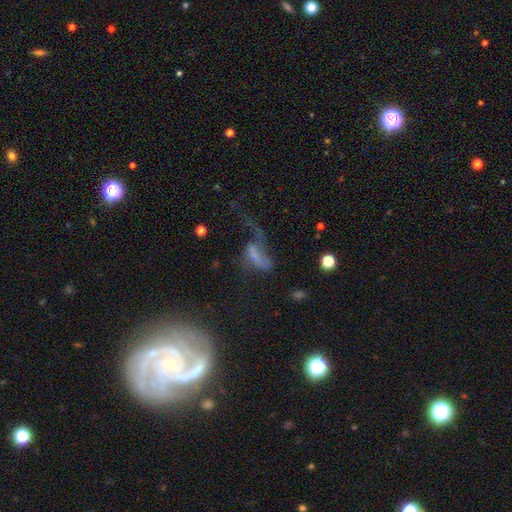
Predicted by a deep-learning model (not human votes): Smooth or featured: featured or disk — 43% (smooth — 40%)
Merging: major disturbance — 56% (none — 20%)